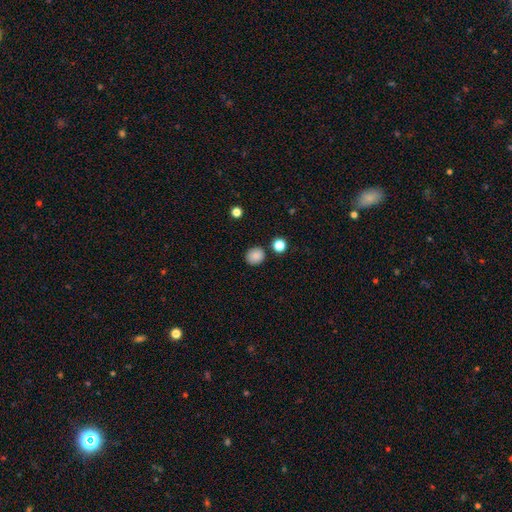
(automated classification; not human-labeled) smooth_or_featured: smooth (p=0.86) [alt: star or artifact p=0.10]
how_rounded: round (p=0.78) [alt: in between p=0.21]
merging: none (p=0.86) [alt: minor disturbance p=0.09]